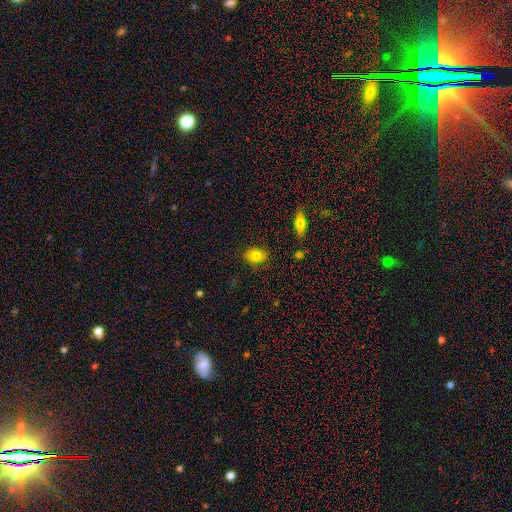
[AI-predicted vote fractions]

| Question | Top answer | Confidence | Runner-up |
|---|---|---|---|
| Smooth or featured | smooth | 79% | featured or disk (10%) |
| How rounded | in between | 73% | round (25%) |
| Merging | none | 84% | minor disturbance (12%) |